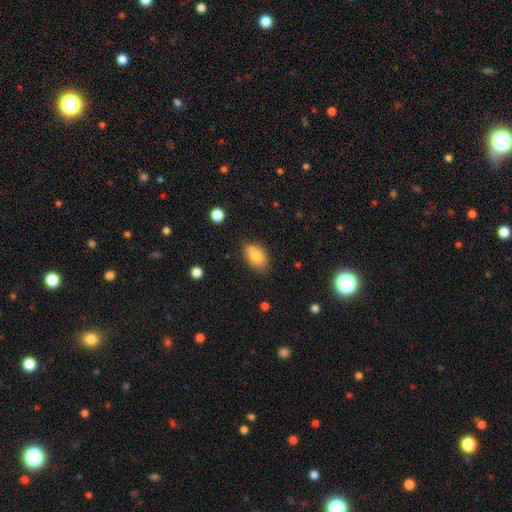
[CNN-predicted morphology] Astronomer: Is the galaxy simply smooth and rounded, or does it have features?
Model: smooth — 81%.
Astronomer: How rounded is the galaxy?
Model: in between — 88%.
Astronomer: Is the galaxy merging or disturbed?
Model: none — 76%.